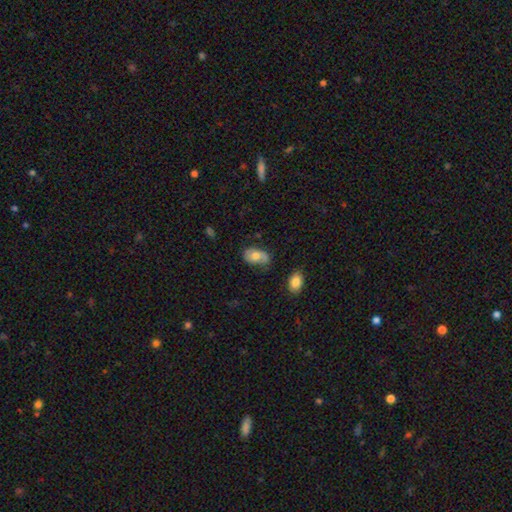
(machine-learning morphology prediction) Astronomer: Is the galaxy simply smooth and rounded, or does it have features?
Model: smooth — 58% (runner-up: featured or disk, 34%).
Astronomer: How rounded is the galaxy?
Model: in between — 89%.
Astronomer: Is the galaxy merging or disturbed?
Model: none — 52% (runner-up: minor disturbance, 31%).